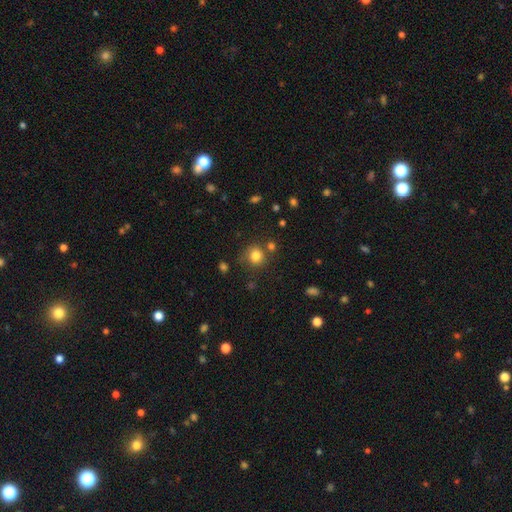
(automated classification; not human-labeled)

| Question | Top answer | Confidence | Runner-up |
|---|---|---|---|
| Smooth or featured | smooth | 81% | star or artifact (13%) |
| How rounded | round | 88% | in between (11%) |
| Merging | none | 75% | minor disturbance (11%) |